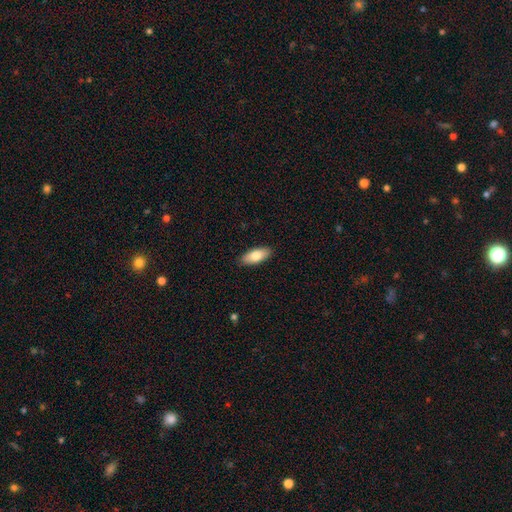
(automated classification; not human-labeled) The model was most divided on "smooth or featured": smooth: 79%, featured or disk: 15%, star or artifact: 6%. More confident: merging — none (89%); how rounded — in between (83%).